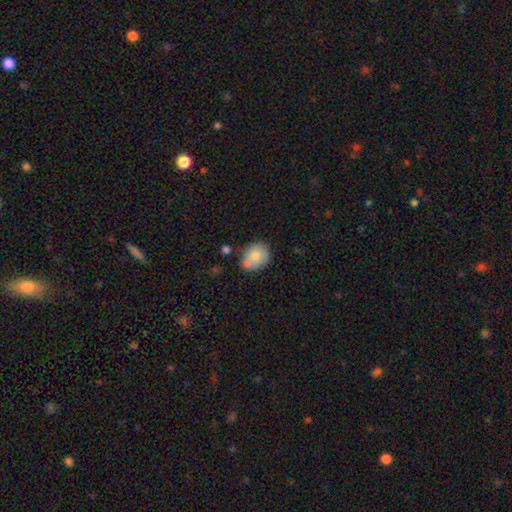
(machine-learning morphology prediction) smooth 74%, featured or disk 18%, star or artifact 8%. Down the decision tree: how rounded — round (56%); merging — none (55%).